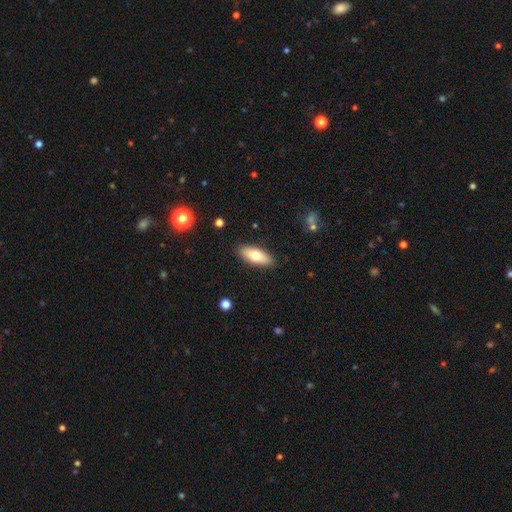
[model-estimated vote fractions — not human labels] Smooth or featured?
  - smooth: 68% *
  - featured or disk: 26%
  - star or artifact: 6%
How rounded?
  - in between: 72% *
  - cigar-shaped: 25%
  - round: 3%
Merging?
  - none: 89% *
  - minor disturbance: 8%
  - major disturbance: 2%
  - merger: 1%